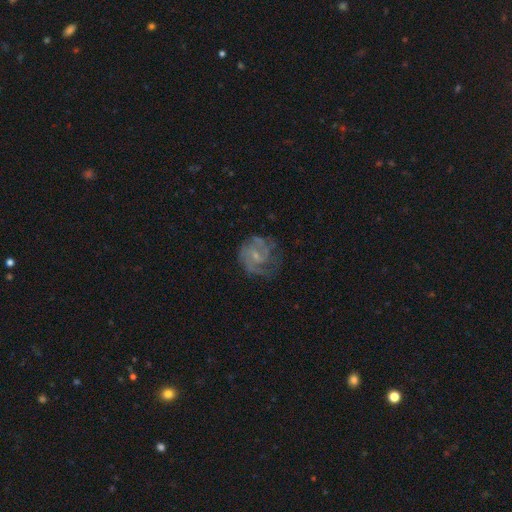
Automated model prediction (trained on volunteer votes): Smooth or featured?
  - featured or disk: 81% *
  - smooth: 13%
  - star or artifact: 6%
Edge-on disk?
  - no: 98% *
  - yes: 2%
Bar?
  - weak: 50% *
  - no: 42%
  - strong: 8%
Spiral arms?
  - yes: 93% *
  - no: 7%
Spiral winding?
  - medium: 46% *
  - tight: 40%
  - loose: 14%
Spiral arm count?
  - 2: 41% *
  - can't tell: 23%
  - 3: 21%
  - 1: 7%
  - 4: 5%
  - more than 4: 4%
Bulge size?
  - small: 68% *
  - moderate: 22%
  - none: 9%
  - large: 1%
  - dominant: 1%
Merging?
  - none: 59% *
  - minor disturbance: 23%
  - major disturbance: 16%
  - merger: 2%